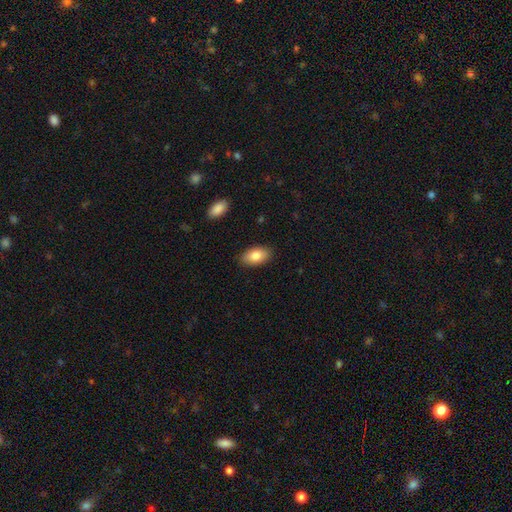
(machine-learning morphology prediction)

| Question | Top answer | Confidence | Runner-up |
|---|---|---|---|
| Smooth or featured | smooth | 83% | featured or disk (10%) |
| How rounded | in between | 94% | round (4%) |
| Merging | none | 87% | minor disturbance (9%) |